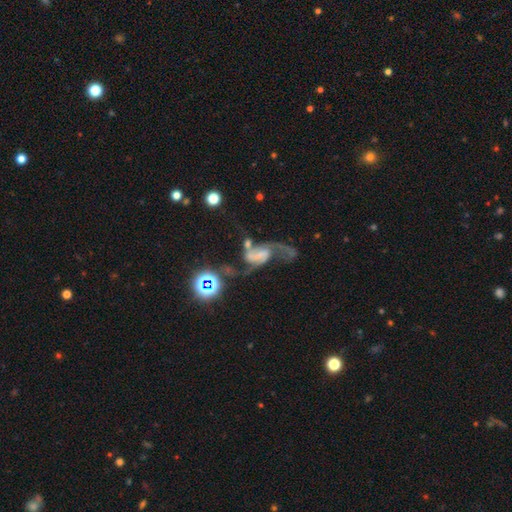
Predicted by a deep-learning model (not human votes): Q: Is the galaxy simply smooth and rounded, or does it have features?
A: featured or disk — 76%.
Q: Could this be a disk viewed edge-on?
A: no — 97%.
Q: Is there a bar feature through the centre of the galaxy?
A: weak — 37%.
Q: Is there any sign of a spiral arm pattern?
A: yes — 92%.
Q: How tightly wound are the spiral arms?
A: loose — 63%.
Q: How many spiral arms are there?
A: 2 — 86%.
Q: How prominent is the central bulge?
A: none — 55%.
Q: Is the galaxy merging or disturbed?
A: none — 30%, tied with major disturbance.